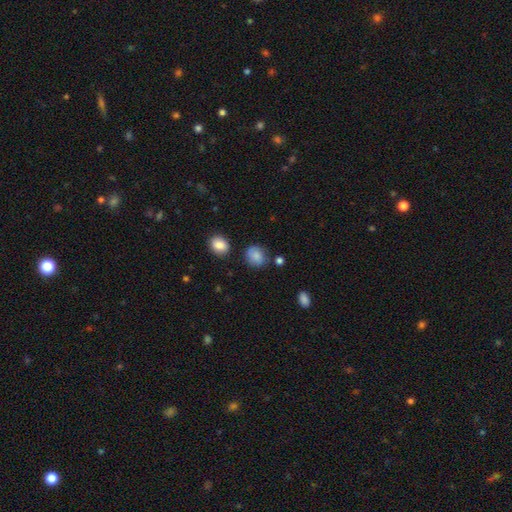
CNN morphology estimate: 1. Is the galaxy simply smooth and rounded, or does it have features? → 81% smooth, 10% featured or disk, 9% star or artifact.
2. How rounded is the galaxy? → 67% round, 32% in between, 1% cigar-shaped.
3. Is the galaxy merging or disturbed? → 73% none, 18% minor disturbance, 5% major disturbance, 4% merger.